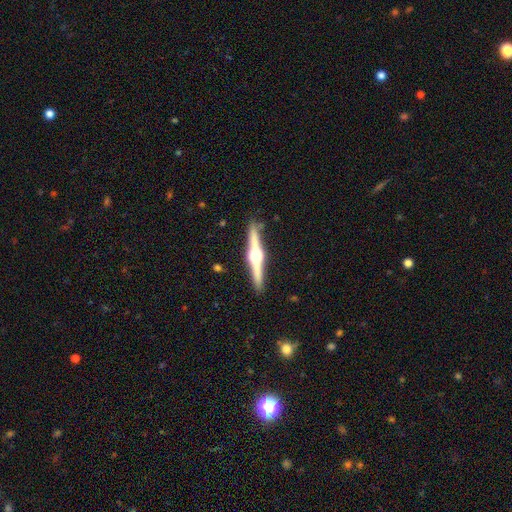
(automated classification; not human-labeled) This appears to be a featured or disk galaxy (81%) viewed edge-on (98%) with a rounded central bulge (95%). Merging: none (89%).